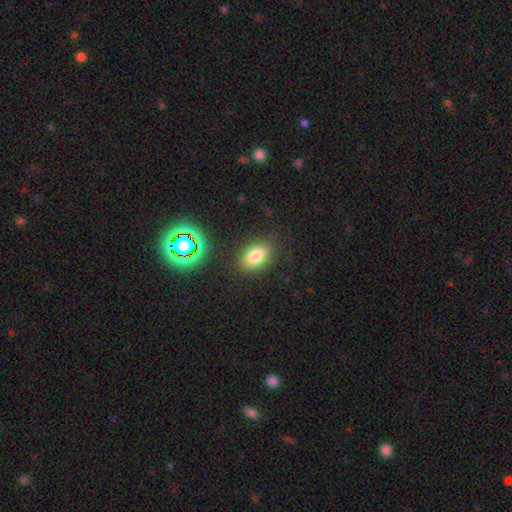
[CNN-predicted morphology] smooth 72%, star or artifact 18%, featured or disk 10%. Down the decision tree: how rounded — in between (80%); merging — none (86%).